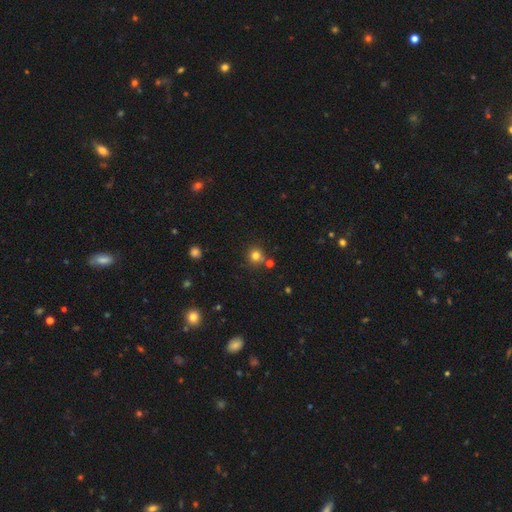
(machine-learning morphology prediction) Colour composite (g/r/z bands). It shows a smooth galaxy with no disk features (79%) that is round (92%). Merging: none (78%).